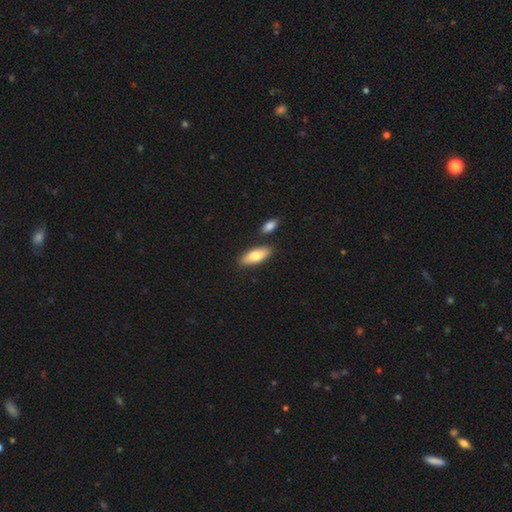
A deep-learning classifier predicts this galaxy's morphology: The model was most divided on "how rounded": in between: 76%, cigar-shaped: 22%, round: 2%. More confident: merging — none (81%); smooth or featured — smooth (78%).